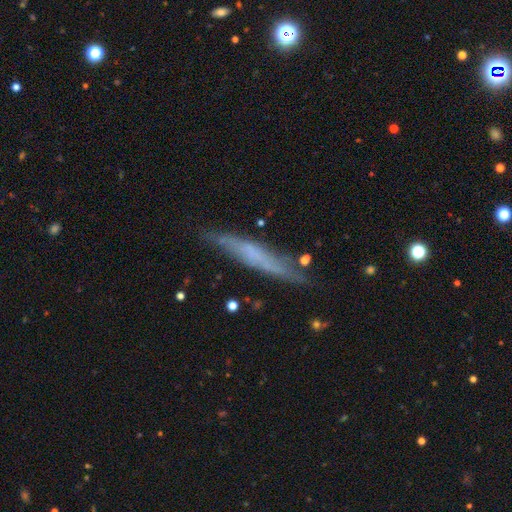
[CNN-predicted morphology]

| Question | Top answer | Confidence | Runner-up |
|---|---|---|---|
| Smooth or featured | featured or disk | 53% | smooth (40%) |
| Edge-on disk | yes | 87% | no (13%) |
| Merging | none | 75% | minor disturbance (18%) |